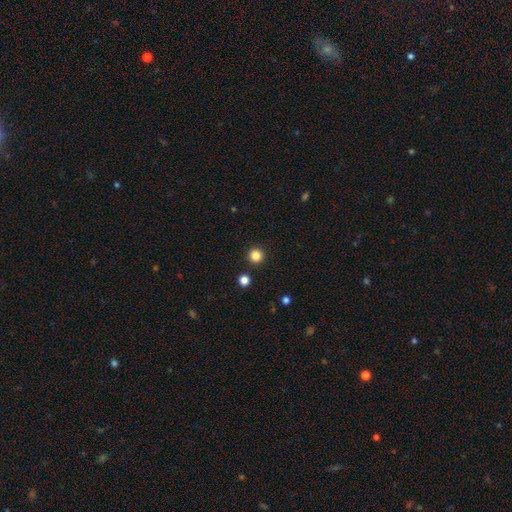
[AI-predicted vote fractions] Smooth or featured? smooth (85%)
How rounded? round (96%)
Merging? none (92%)